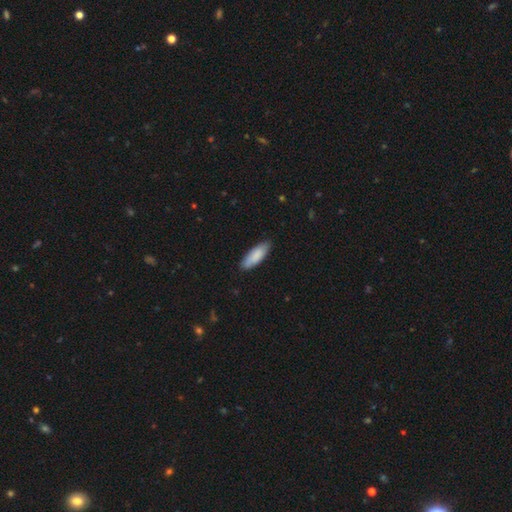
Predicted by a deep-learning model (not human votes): Smooth or featured?
  - smooth: 87% *
  - featured or disk: 8%
  - star or artifact: 5%
How rounded?
  - in between: 66% *
  - cigar-shaped: 33%
  - round: 1%
Merging?
  - none: 84% *
  - minor disturbance: 13%
  - major disturbance: 2%
  - merger: 1%